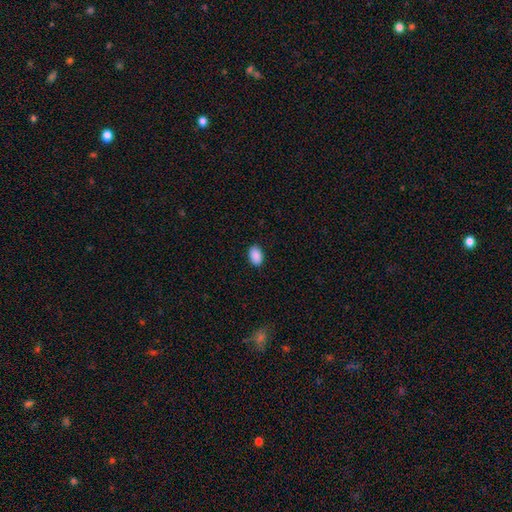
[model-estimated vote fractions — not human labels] Q: Smooth or featured?
A: smooth (90%); runner-up: star or artifact (7%)
Q: How rounded?
A: in between (90%); runner-up: round (9%)
Q: Merging?
A: none (89%); runner-up: minor disturbance (8%)